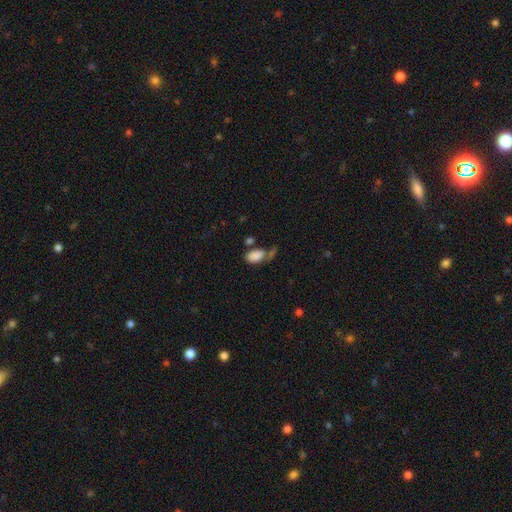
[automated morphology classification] The model was most divided on "merging": none: 43%, merger: 24%, minor disturbance: 18%, major disturbance: 15%. More confident: how rounded — in between (93%); smooth or featured — smooth (84%).